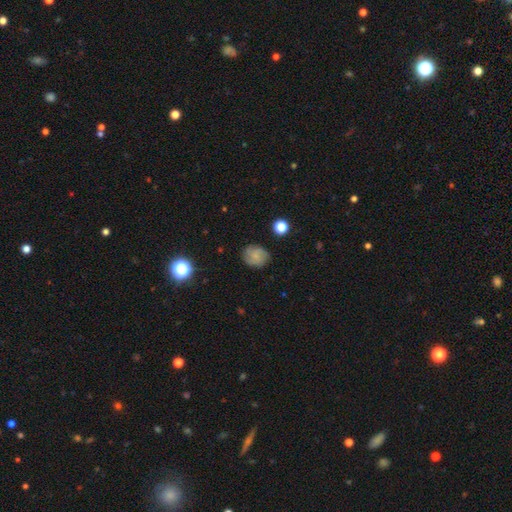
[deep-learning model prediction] Smooth or featured? Predicted: smooth (p=0.53). How rounded? Predicted: round (p=0.69). Merging? Predicted: none (p=0.80).